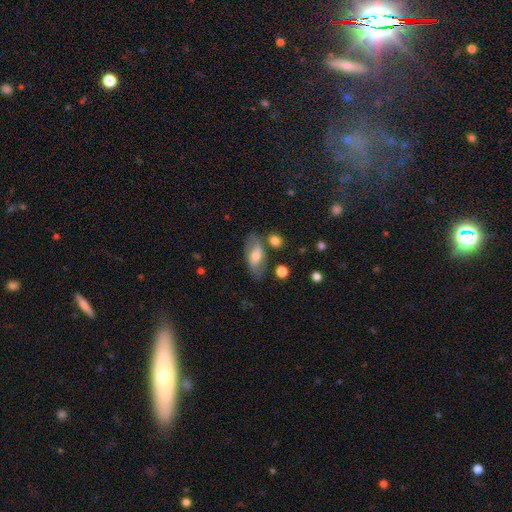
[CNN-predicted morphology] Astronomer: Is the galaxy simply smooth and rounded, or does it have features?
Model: smooth — 50% (runner-up: featured or disk, 43%).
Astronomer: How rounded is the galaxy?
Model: in between — 86%.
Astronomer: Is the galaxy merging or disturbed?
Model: none — 69%.